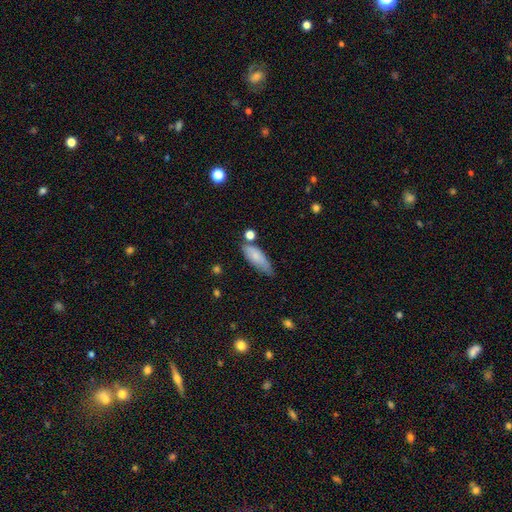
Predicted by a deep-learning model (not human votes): This appears to be a smooth galaxy with no disk features (77%) that is in between round and cigar-shaped (66%). Merging: none (53%).